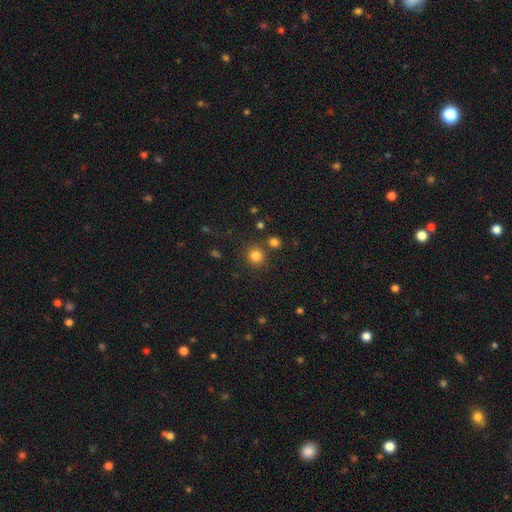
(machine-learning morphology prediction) Overall: smooth (81%). How rounded: round (90%). Merging: none (79%).